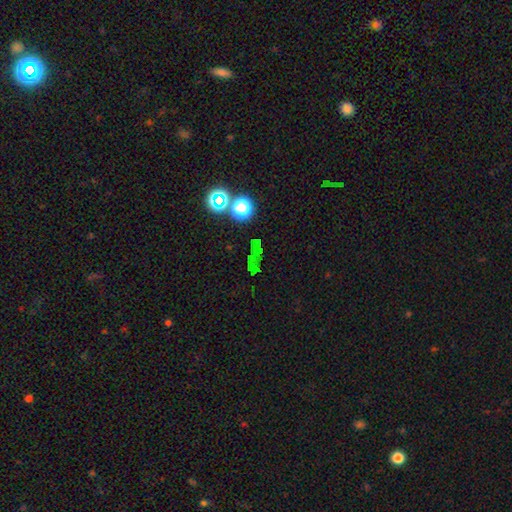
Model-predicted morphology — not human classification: A star or artifact, not a galaxy (58%).

Vote fractions:
- Smooth or featured? star or artifact: 58% / smooth: 26% / featured or disk: 15%